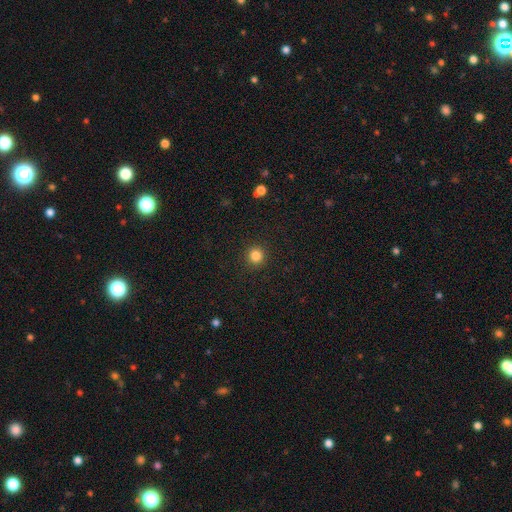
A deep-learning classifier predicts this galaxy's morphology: This appears to be a smooth galaxy with no disk features (84%) that is round (94%). Merging: none (92%).